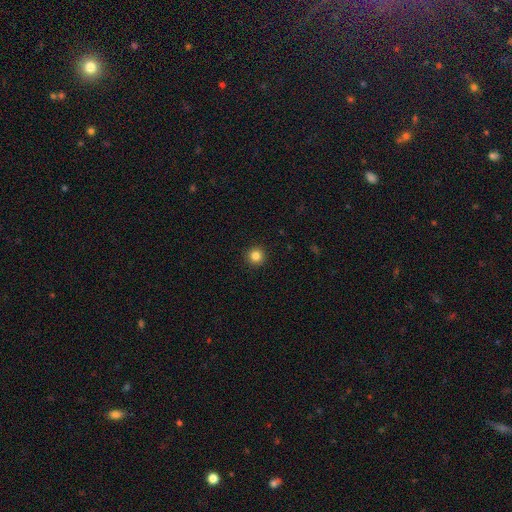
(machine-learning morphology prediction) type=smooth (85%); roundness=round (96%); merging=none (93%).